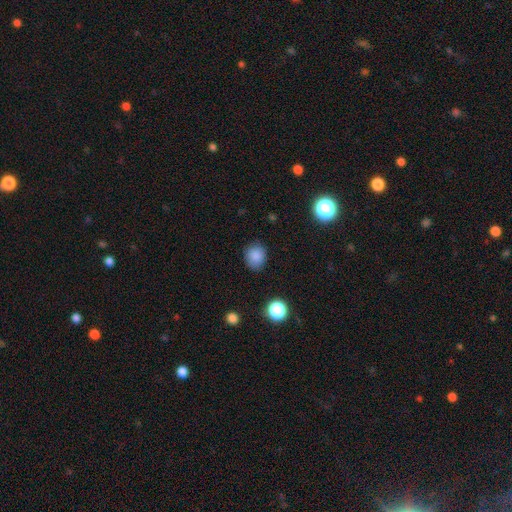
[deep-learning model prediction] Q: Smooth or featured?
A: smooth (84%); runner-up: star or artifact (11%)
Q: How rounded?
A: round (69%); runner-up: in between (30%)
Q: Merging?
A: none (82%); runner-up: minor disturbance (13%)